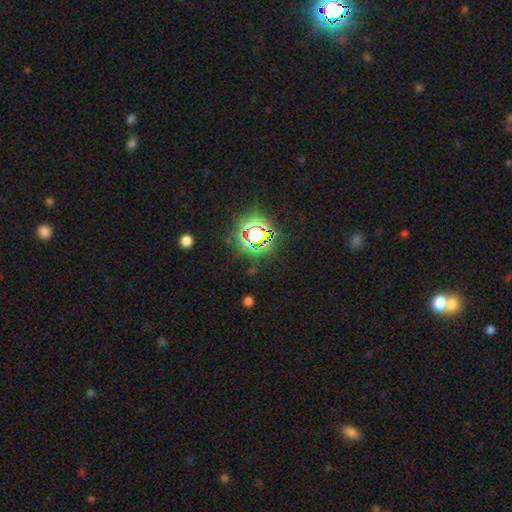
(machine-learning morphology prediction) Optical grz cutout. It shows a star or artifact, not a galaxy (77%).